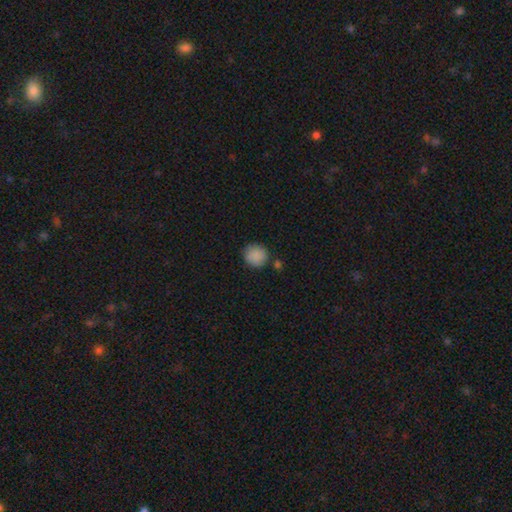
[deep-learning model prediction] Smooth or featured? smooth (88%)
How rounded? round (89%)
Merging? none (80%)